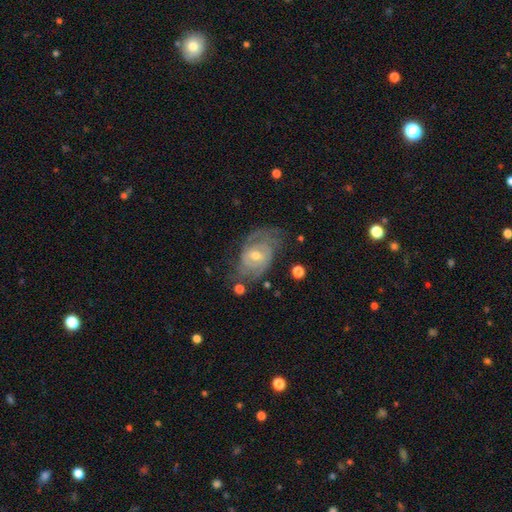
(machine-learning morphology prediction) This appears to be a featured or disk galaxy (83%) with a weak bar (47%), 2 (47%) tight (54%) spiral arms (92%) and a moderate central bulge (54%). Merging: none (61%).